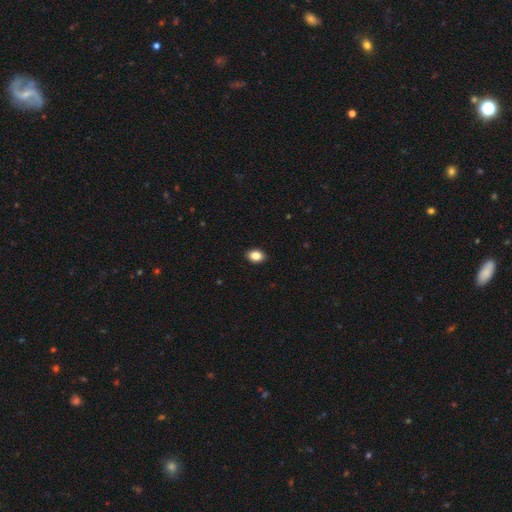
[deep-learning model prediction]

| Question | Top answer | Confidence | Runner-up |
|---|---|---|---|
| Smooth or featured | smooth | 87% | star or artifact (9%) |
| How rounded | in between | 76% | round (23%) |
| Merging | none | 89% | minor disturbance (8%) |